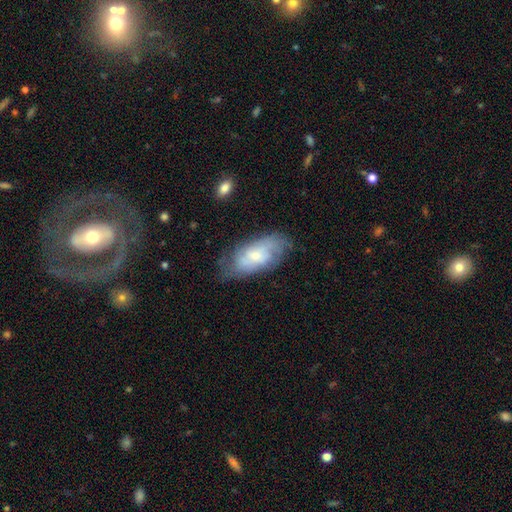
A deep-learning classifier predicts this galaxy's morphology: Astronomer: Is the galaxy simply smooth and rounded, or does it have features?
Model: featured or disk — 55% (runner-up: smooth, 38%).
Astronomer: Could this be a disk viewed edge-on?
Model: no — 91%.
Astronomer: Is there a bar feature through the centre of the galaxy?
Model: no — 68%.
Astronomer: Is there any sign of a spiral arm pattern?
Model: yes — 78%.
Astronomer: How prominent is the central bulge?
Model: small — 56% (runner-up: moderate, 35%).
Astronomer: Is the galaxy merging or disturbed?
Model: none — 66%.